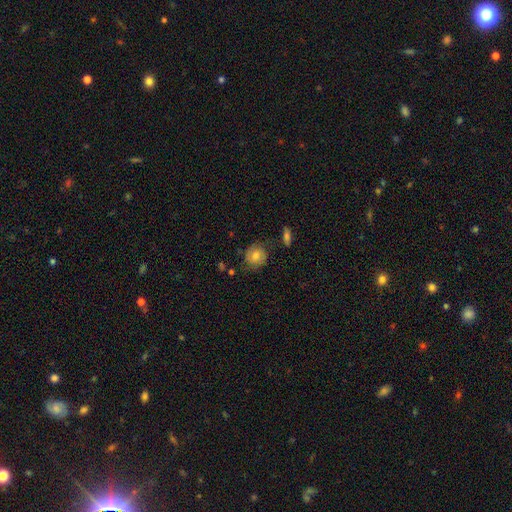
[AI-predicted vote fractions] Smooth or featured? smooth (57%)
How rounded? round (81%)
Merging? none (72%)